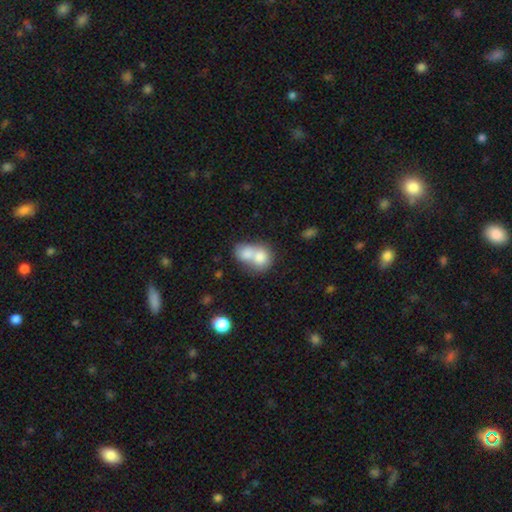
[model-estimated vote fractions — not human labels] Morphology: type=smooth (76%); roundness=round (51%); merging=merger (74%).